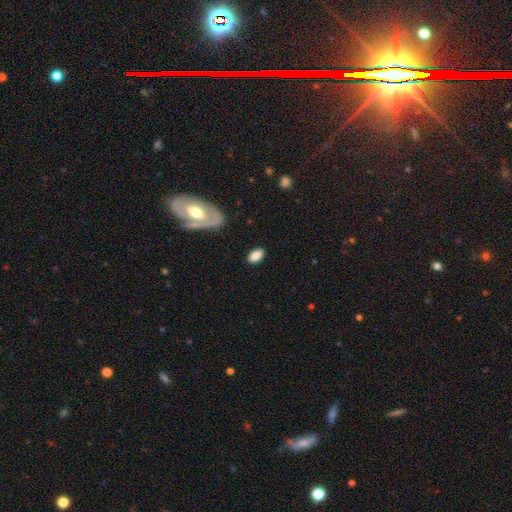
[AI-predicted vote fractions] smooth_or_featured: smooth (p=0.85) [alt: featured or disk p=0.08]
how_rounded: in between (p=0.92) [alt: round p=0.05]
merging: none (p=0.85) [alt: minor disturbance p=0.10]